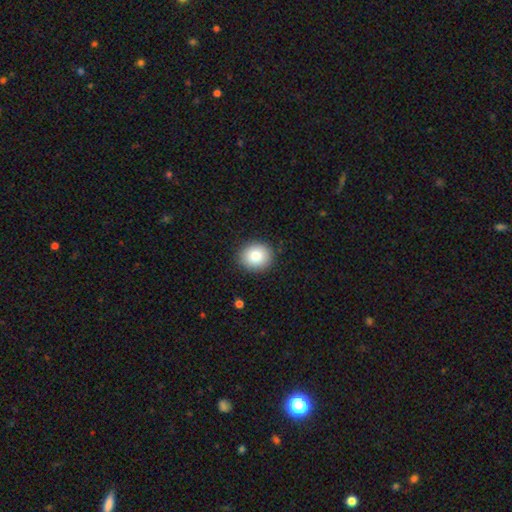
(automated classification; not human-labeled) Overall: smooth (81%). How rounded: round (81%). Merging: none (90%).